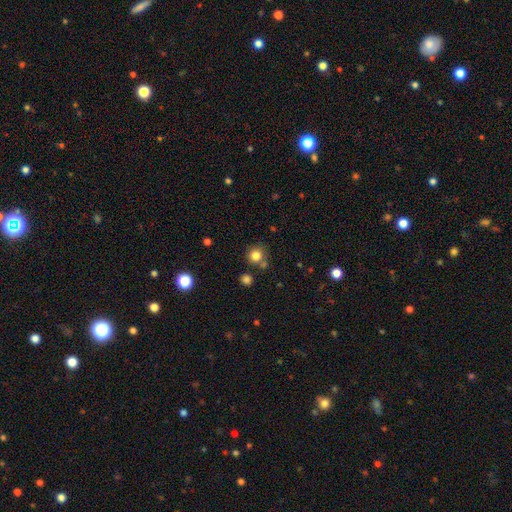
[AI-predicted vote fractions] Smooth or featured: smooth — 81% (star or artifact — 13%)
How rounded: round — 90% (in between — 9%)
Merging: none — 73% (merger — 13%)